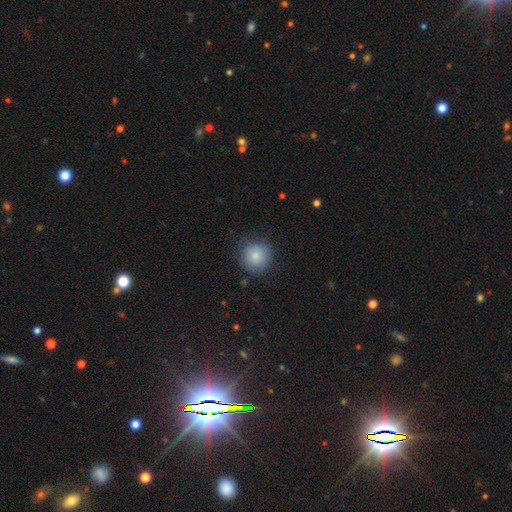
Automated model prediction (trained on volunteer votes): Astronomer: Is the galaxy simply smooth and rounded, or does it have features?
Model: smooth — 84%.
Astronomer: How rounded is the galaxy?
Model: round — 93%.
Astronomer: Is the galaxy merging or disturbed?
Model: none — 82%.